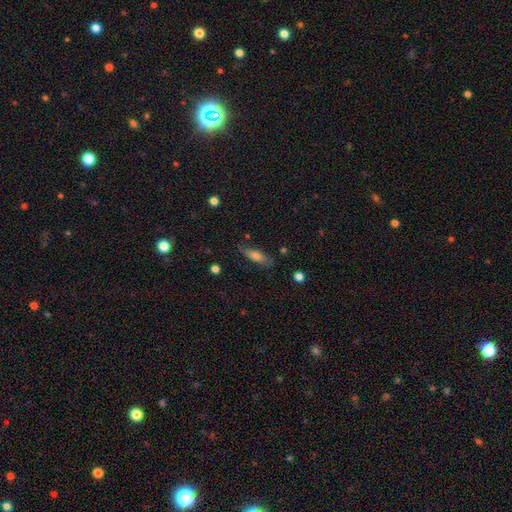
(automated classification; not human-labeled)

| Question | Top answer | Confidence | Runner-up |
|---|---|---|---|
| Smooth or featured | smooth | 61% | featured or disk (30%) |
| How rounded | in between | 52% | cigar-shaped (46%) |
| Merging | none | 75% | minor disturbance (18%) |